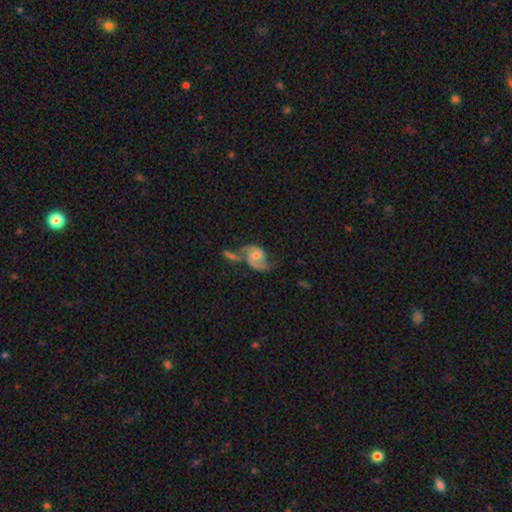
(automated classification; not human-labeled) The model was most divided on "bulge size" (2-way tie): moderate: 45%, small: 45%, none: 5%, large: 4%, dominant: 1%. Remaining: edge-on disk — no (97%); spiral arms — yes (91%); spiral arm count — 2 (82%); smooth or featured — featured or disk (74%); bar — no (58%); spiral winding — loose (43%); merging — merger (37%).